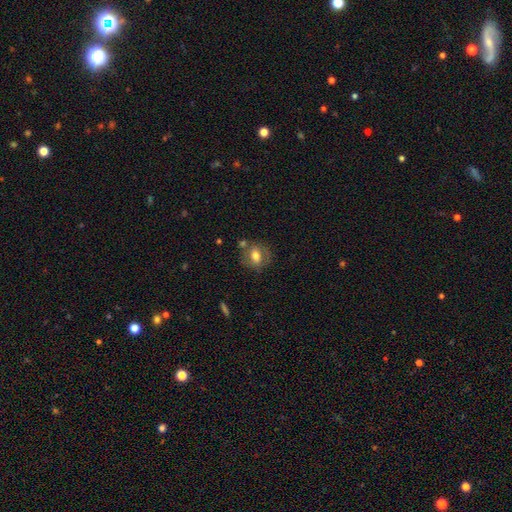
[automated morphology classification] Overall: smooth (62%; featured or disk 29%). How rounded: round (53%; in between 46%). Merging: none (67%).